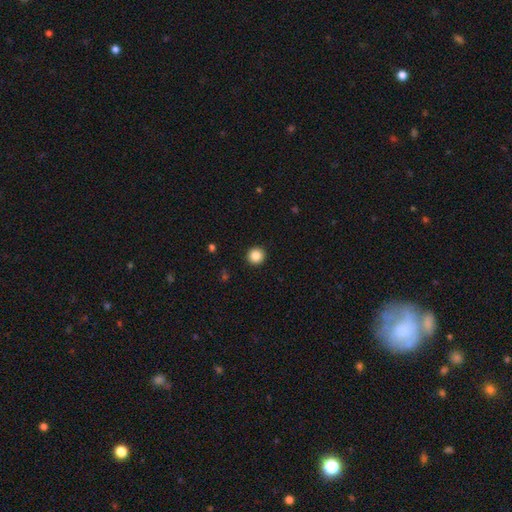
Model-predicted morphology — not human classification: The model was most divided on "smooth or featured": smooth: 86%, star or artifact: 10%, featured or disk: 4%. More confident: how rounded — round (95%); merging — none (93%).